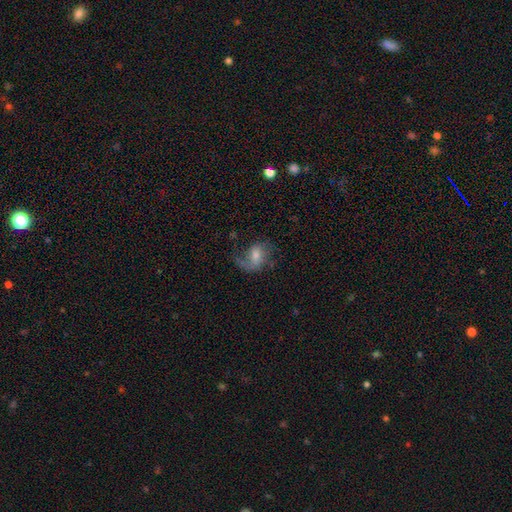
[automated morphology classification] This appears to be a featured or disk galaxy (59%) with no bar (45%), 1 (53%) loose (61%) spiral arms (89%) and a moderate central bulge (48%). Merging: none (45%).